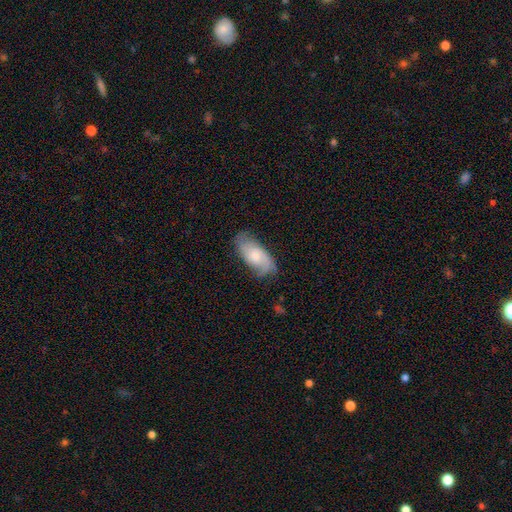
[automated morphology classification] Overall: featured or disk (57%; smooth 37%). Edge-on disk: no (92%). Bar: no (67%; weak 29%). Spiral arms: yes (89%). Bulge size: moderate (45%; small 42%). Merging: none (68%).